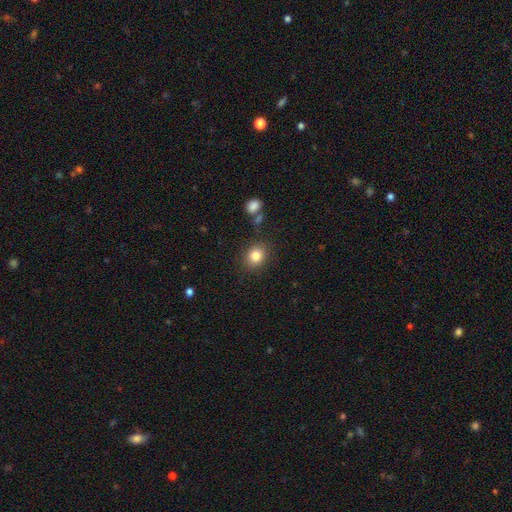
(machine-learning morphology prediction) Q: Smooth or featured?
A: smooth (83%); runner-up: star or artifact (10%)
Q: How rounded?
A: round (65%); runner-up: in between (34%)
Q: Merging?
A: none (83%); runner-up: minor disturbance (10%)